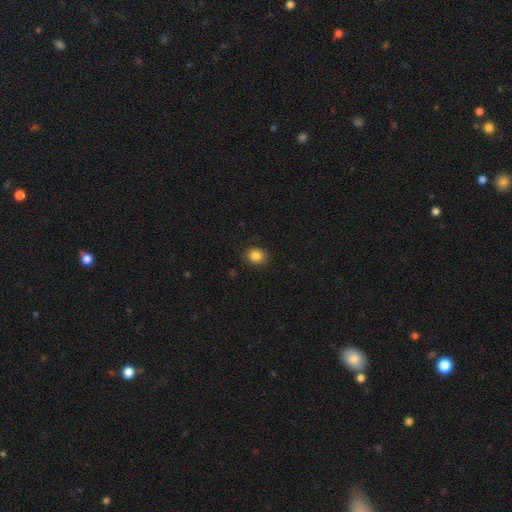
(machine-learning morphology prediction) Smooth or featured? Predicted: smooth (p=0.85). How rounded? Predicted: round (p=0.68). Merging? Predicted: none (p=0.90).